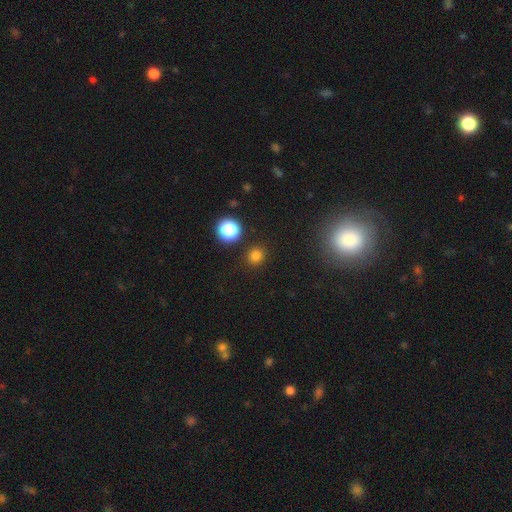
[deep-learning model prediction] smooth 77%, star or artifact 18%, featured or disk 5%. Down the decision tree: how rounded — round (88%); merging — none (89%).